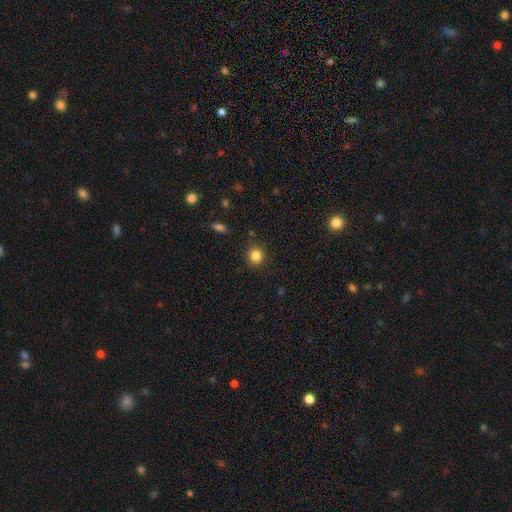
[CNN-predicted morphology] Overall: smooth (84%). How rounded: round (89%). Merging: none (88%).